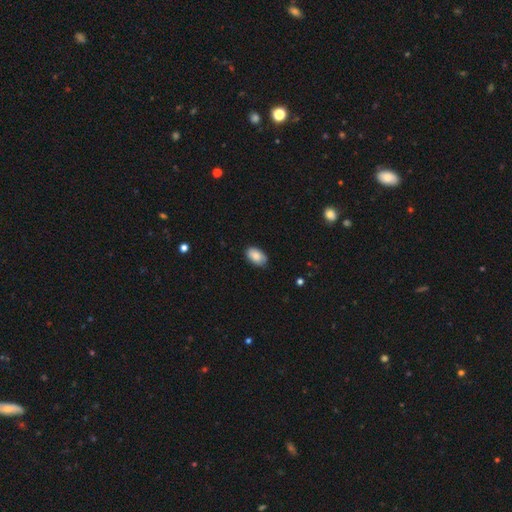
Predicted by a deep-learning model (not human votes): This is clearly a smooth galaxy (85%). How rounded: clearly in between (93%). Merging: likely none (78%).